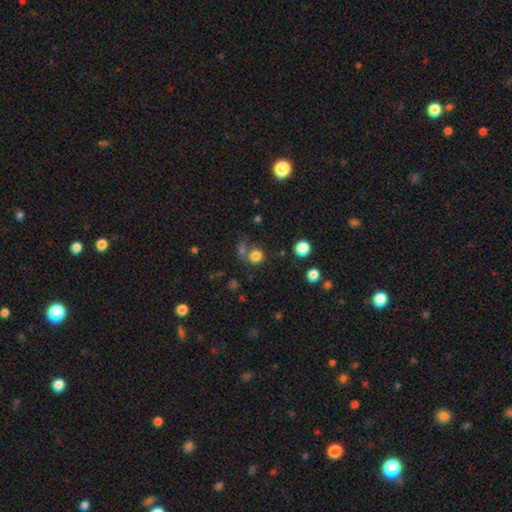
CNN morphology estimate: Q: Smooth or featured?
A: smooth (78%); runner-up: star or artifact (15%)
Q: How rounded?
A: round (83%); runner-up: in between (16%)
Q: Merging?
A: none (57%); runner-up: merger (27%)